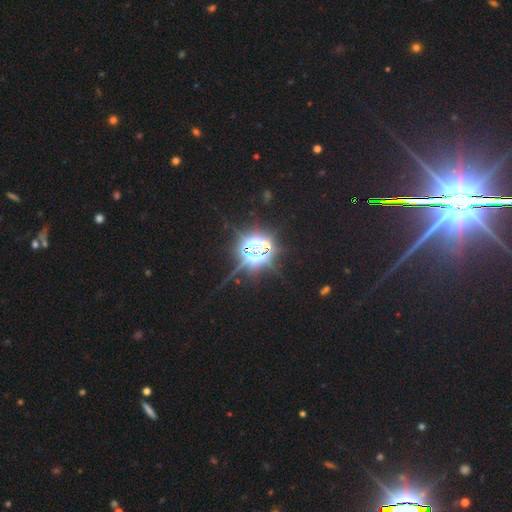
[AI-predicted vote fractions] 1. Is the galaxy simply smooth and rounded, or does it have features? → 84% star or artifact, 8% smooth, 8% featured or disk.